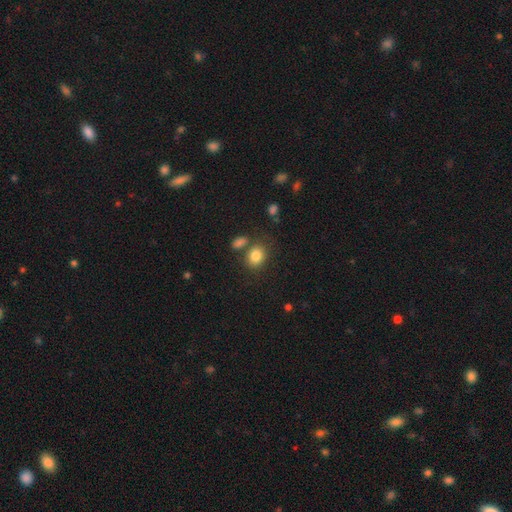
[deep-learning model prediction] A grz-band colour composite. It shows a smooth galaxy with no disk features (83%) that is round (55%). Merging: none (67%).